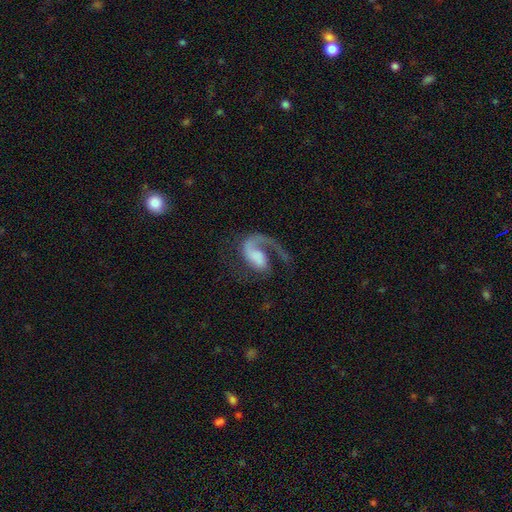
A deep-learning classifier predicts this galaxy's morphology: This appears to be a featured or disk galaxy (83%) with no bar (55%), 1 (78%) loose (44%) spiral arms (94%) and no central bulge (36%). Merging: none (41%, tied with major disturbance).